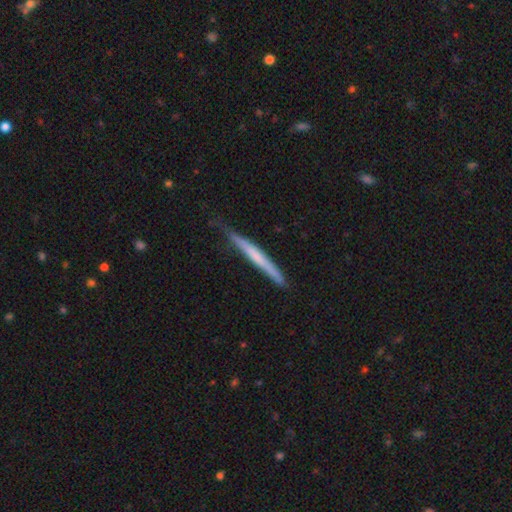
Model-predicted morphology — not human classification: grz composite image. It shows a smooth galaxy with no disk features (51%) that is cigar-shaped (96%). Merging: none (67%).